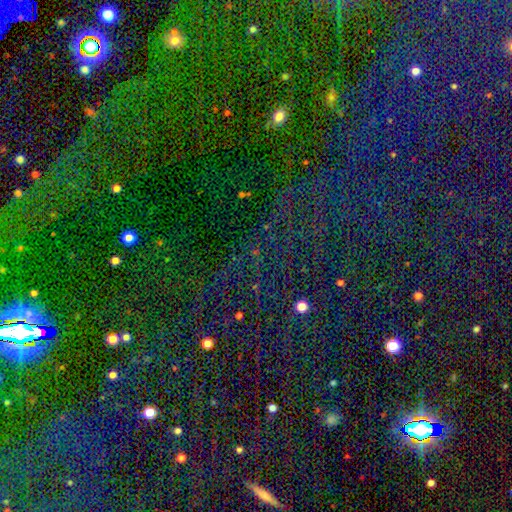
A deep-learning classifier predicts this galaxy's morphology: A star or artifact, not a galaxy (78%).

Vote fractions:
- Smooth or featured? star or artifact: 78% / smooth: 14% / featured or disk: 8%